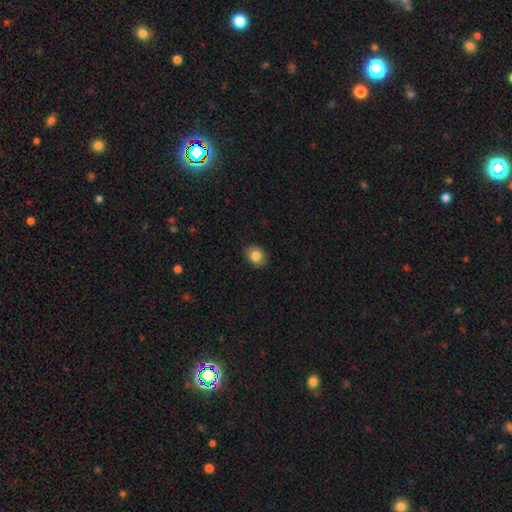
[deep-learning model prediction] This appears to be a smooth galaxy with no disk features (83%) that is round (54%). Merging: none (83%).